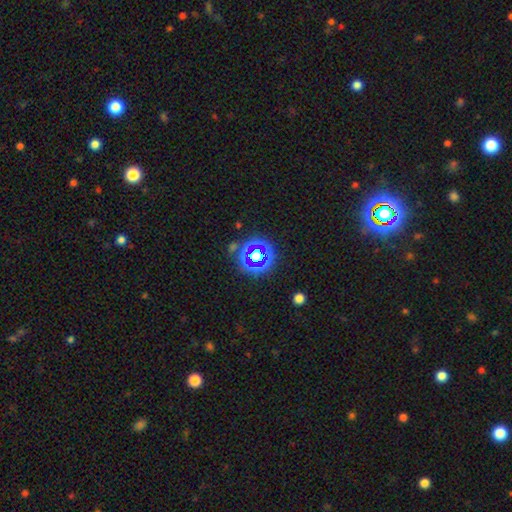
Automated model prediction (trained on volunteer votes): smooth_or_featured: star or artifact (p=0.60) [alt: smooth p=0.26]